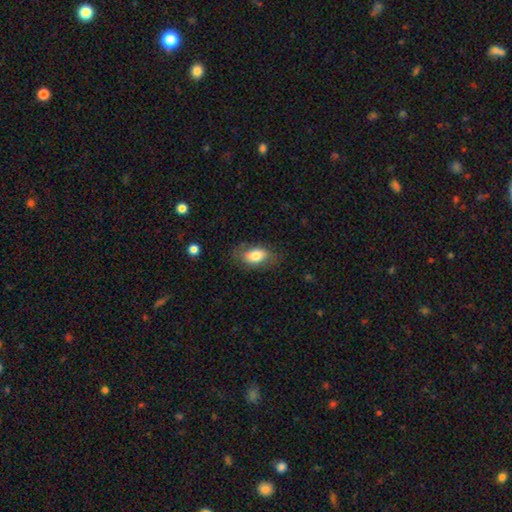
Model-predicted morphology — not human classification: smooth 75%, featured or disk 17%, star or artifact 8%. Down the decision tree: how rounded — in between (88%); merging — none (70%).